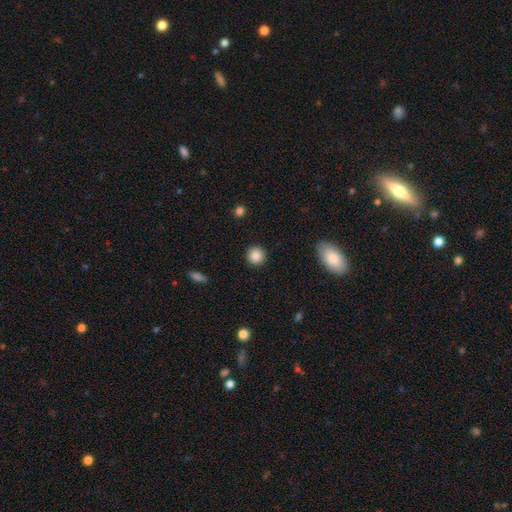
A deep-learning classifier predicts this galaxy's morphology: Q: Smooth or featured?
A: smooth (86%); runner-up: star or artifact (9%)
Q: How rounded?
A: round (94%); runner-up: in between (5%)
Q: Merging?
A: none (92%); runner-up: minor disturbance (5%)